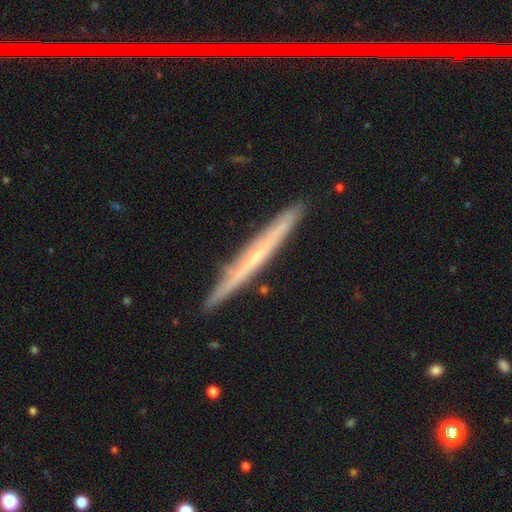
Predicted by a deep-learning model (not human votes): This is likely a featured or disk galaxy (62%). It is clearly viewed edge-on (95%). Edge-on bulge: likely none (69%). Merging: clearly none (90%).